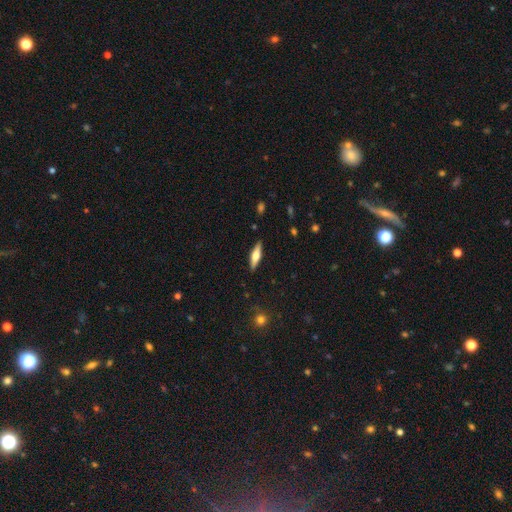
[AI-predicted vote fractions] A featured or disk galaxy (50%).

Vote fractions:
- Smooth or featured? featured or disk: 50% / smooth: 44% / star or artifact: 6%
- Merging? none: 89% / minor disturbance: 8% / major disturbance: 2% / merger: 1%